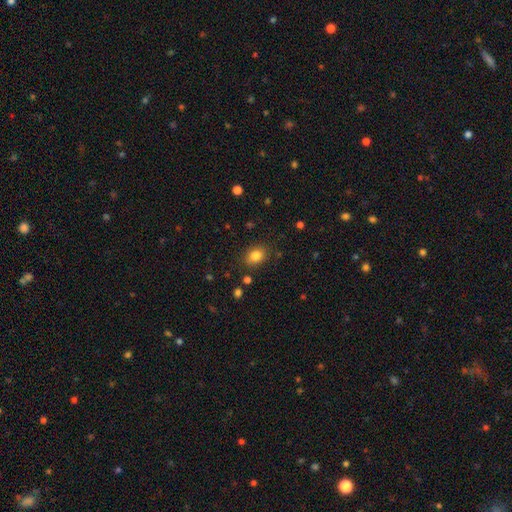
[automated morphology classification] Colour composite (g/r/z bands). It shows a smooth galaxy with no disk features (83%) that is in between round and cigar-shaped (62%). Merging: none (83%).